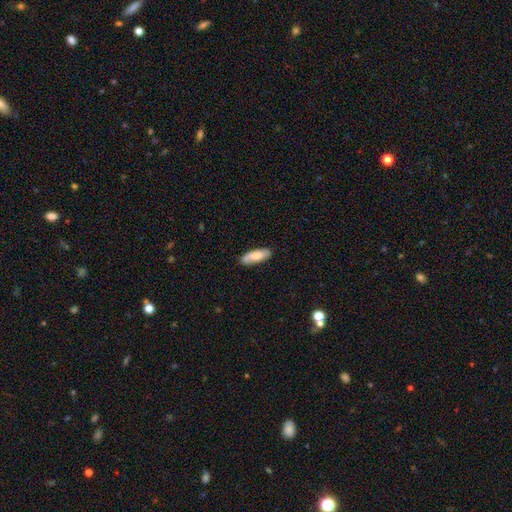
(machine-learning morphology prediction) smooth_or_featured: smooth (p=0.69) [alt: featured or disk p=0.24]
how_rounded: in between (p=0.68) [alt: cigar-shaped p=0.30]
merging: none (p=0.81) [alt: minor disturbance p=0.15]